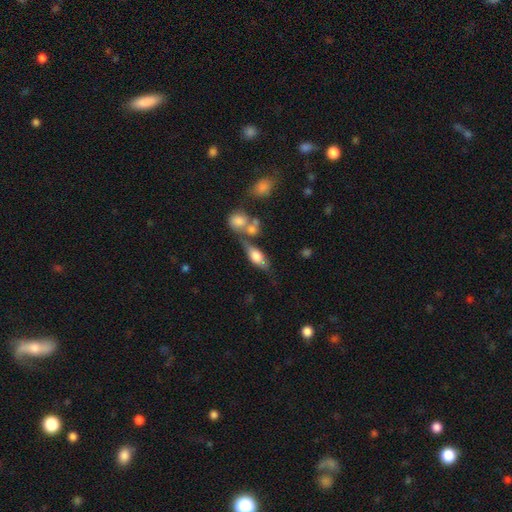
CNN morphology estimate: The model was most divided on "merging": none: 47%, merger: 28%, minor disturbance: 17%, major disturbance: 8%. More confident: how rounded — in between (72%); smooth or featured — smooth (62%).